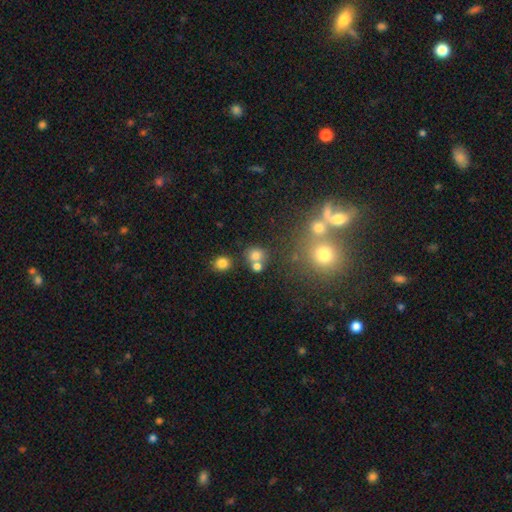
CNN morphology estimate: The model was most divided on "merging": none: 56%, merger: 30%, minor disturbance: 10%, major disturbance: 4%. More confident: how rounded — round (78%); smooth or featured — smooth (75%).